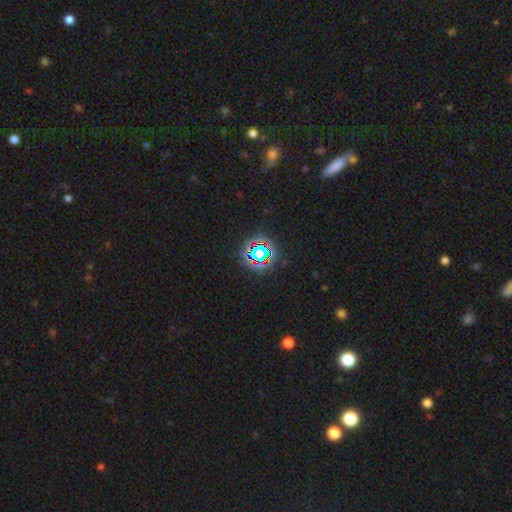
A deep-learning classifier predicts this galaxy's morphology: Smooth or featured?
  - star or artifact: 73% *
  - smooth: 17%
  - featured or disk: 10%